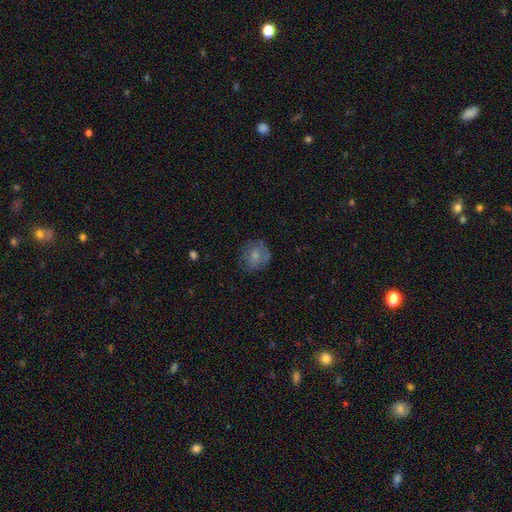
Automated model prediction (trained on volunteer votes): Overall: smooth (65%; featured or disk 27%). How rounded: round (80%). Merging: none (67%).